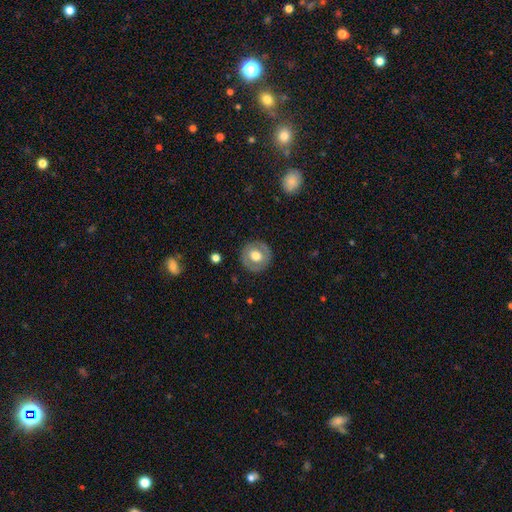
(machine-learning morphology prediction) Q: Smooth or featured?
A: smooth (54%); runner-up: featured or disk (39%)
Q: How rounded?
A: round (92%); runner-up: in between (7%)
Q: Merging?
A: none (87%); runner-up: minor disturbance (9%)